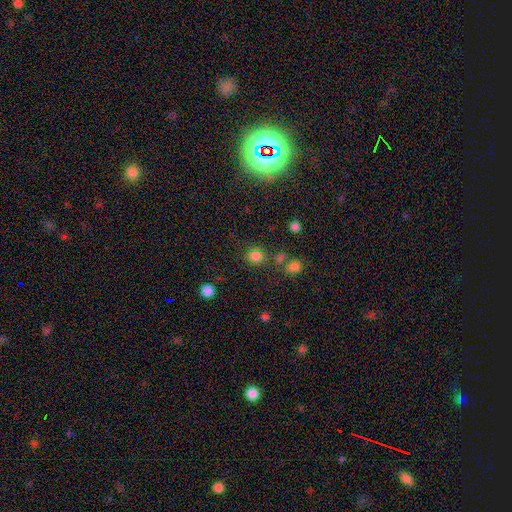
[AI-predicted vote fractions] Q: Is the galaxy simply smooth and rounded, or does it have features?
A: smooth — 79%.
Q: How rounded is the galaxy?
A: round — 79%.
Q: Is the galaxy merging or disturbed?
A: none — 74%.